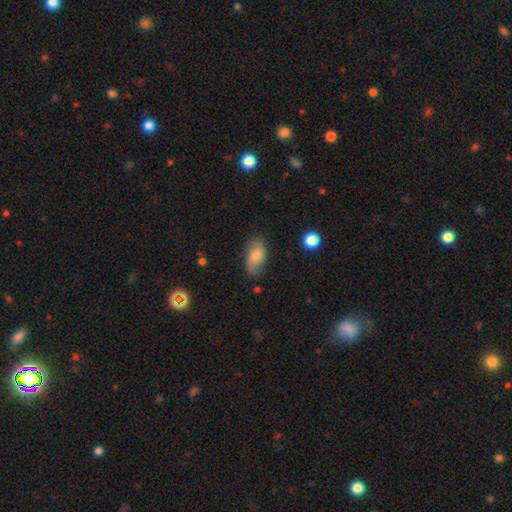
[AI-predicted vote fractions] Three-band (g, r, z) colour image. It shows a smooth galaxy with no disk features (76%) that is in between round and cigar-shaped (92%). Merging: none (70%).